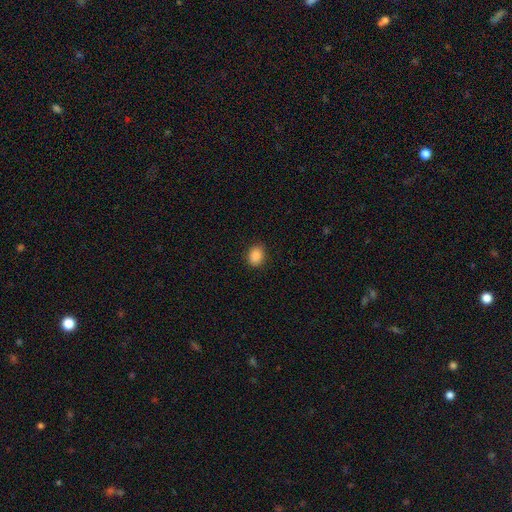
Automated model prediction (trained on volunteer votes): This is clearly a smooth galaxy (89%). How rounded: likely in between (60%). Merging: clearly none (88%).